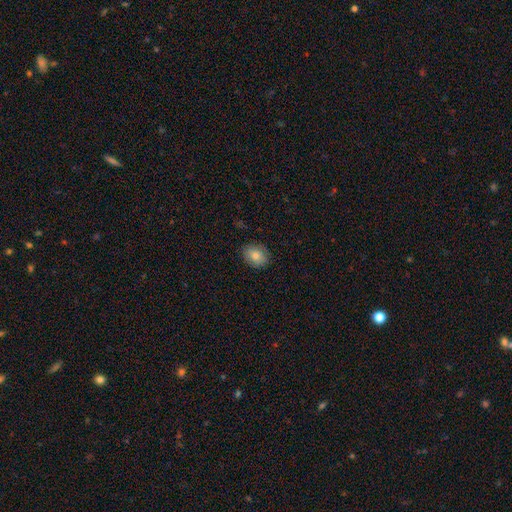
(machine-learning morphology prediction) A smooth galaxy with no disk features (83%) that is in between round and cigar-shaped (52%). Merging: none (84%).